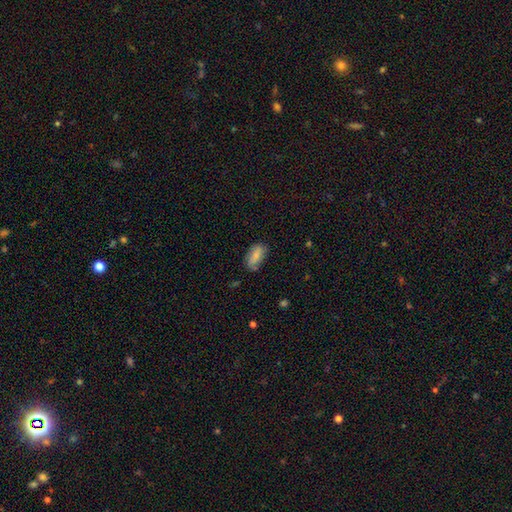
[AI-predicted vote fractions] Morphology: type=smooth (71%); roundness=in between (89%); merging=none (71%).